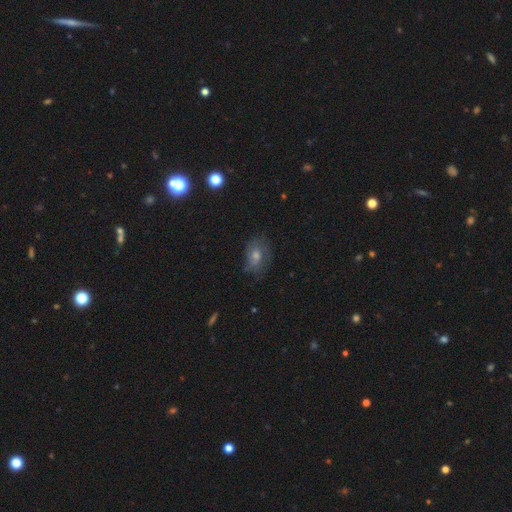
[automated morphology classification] A smooth galaxy with no disk features (41%). Merging: none (70%).